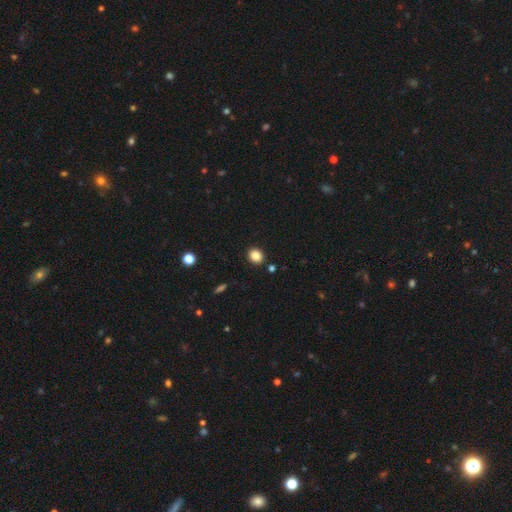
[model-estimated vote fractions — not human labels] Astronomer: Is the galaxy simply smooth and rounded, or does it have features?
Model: smooth — 85%.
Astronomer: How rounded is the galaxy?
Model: round — 66%.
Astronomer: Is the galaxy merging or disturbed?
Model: none — 90%.